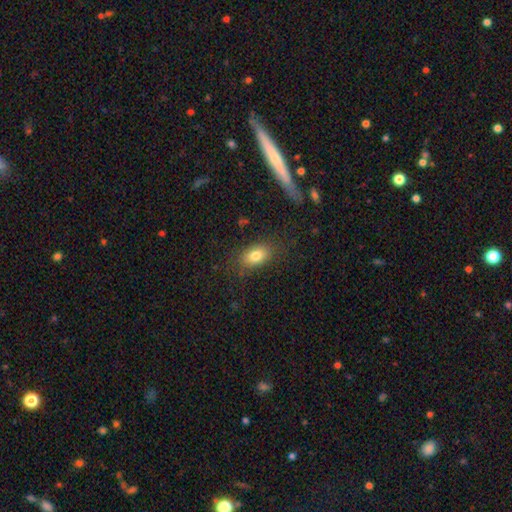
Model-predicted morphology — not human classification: A smooth galaxy with no disk features (80%) that is in between round and cigar-shaped (86%).

Vote fractions:
- Smooth or featured? smooth: 80% / featured or disk: 10% / star or artifact: 9%
- How rounded? in between: 86% / round: 11% / cigar-shaped: 3%
- Merging? none: 80% / minor disturbance: 13% / major disturbance: 5% / merger: 2%